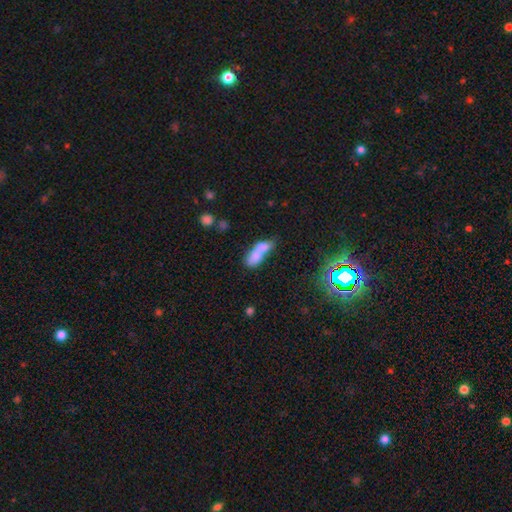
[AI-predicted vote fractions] Q: Smooth or featured?
A: smooth (71%); runner-up: featured or disk (18%)
Q: How rounded?
A: in between (68%); runner-up: cigar-shaped (26%)
Q: Merging?
A: merger (55%); runner-up: none (22%)